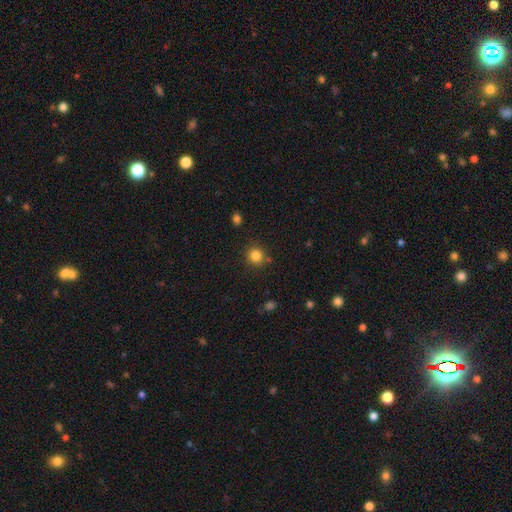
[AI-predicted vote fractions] Smooth or featured?
  - smooth: 83% *
  - star or artifact: 12%
  - featured or disk: 5%
How rounded?
  - round: 90% *
  - in between: 9%
  - cigar-shaped: 1%
Merging?
  - none: 82% *
  - minor disturbance: 10%
  - merger: 5%
  - major disturbance: 3%